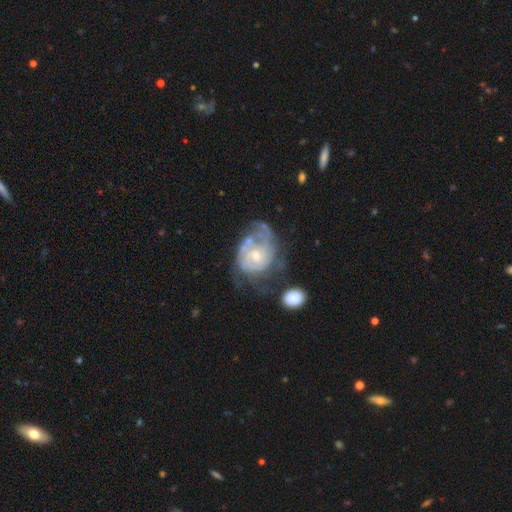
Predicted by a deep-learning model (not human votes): Smooth or featured: featured or disk — 79% (smooth — 14%)
Edge-on disk: no — 97% (yes — 3%)
Bar: no — 76% (weak — 21%)
Spiral arms: yes — 84% (no — 16%)
Spiral winding: tight — 56% (medium — 31%)
Spiral arm count: can't tell — 41% (2 — 27%)
Bulge size: small — 58% (moderate — 36%)
Merging: major disturbance — 34% (none — 32%)